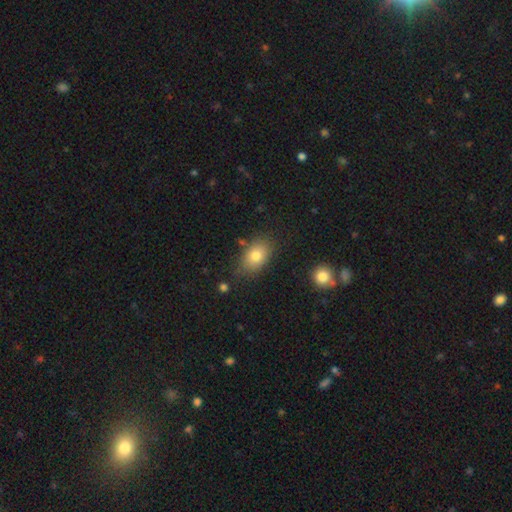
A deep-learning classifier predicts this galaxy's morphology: Q: Smooth or featured?
A: smooth (79%); runner-up: featured or disk (12%)
Q: How rounded?
A: in between (85%); runner-up: round (13%)
Q: Merging?
A: none (76%); runner-up: minor disturbance (16%)